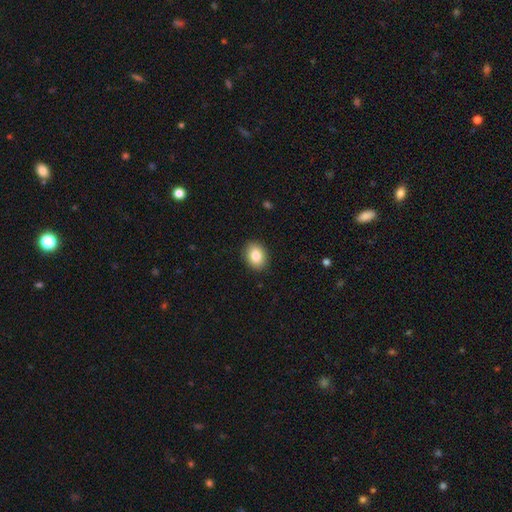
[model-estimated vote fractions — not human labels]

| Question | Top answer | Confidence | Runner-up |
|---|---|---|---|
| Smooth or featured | smooth | 84% | star or artifact (8%) |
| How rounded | in between | 60% | round (39%) |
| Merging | none | 90% | minor disturbance (7%) |